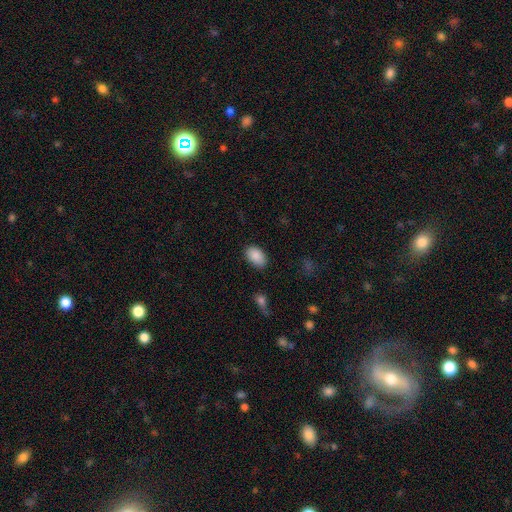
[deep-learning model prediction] Smooth or featured?
  - smooth: 89% *
  - star or artifact: 7%
  - featured or disk: 4%
How rounded?
  - in between: 89% *
  - round: 10%
  - cigar-shaped: 1%
Merging?
  - none: 82% *
  - minor disturbance: 13%
  - major disturbance: 3%
  - merger: 2%